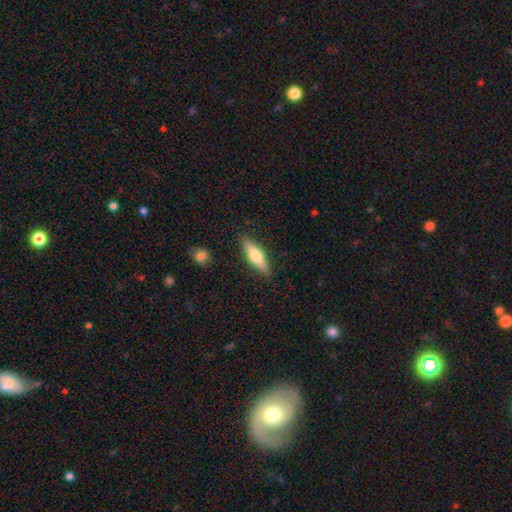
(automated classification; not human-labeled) smooth-or-featured: smooth: 60% | featured or disk: 35% | star or artifact: 6%
  how-rounded: cigar-shaped: 58% | in between: 39% | round: 2%
  merging: none: 87% | minor disturbance: 9% | major disturbance: 2% | merger: 2%